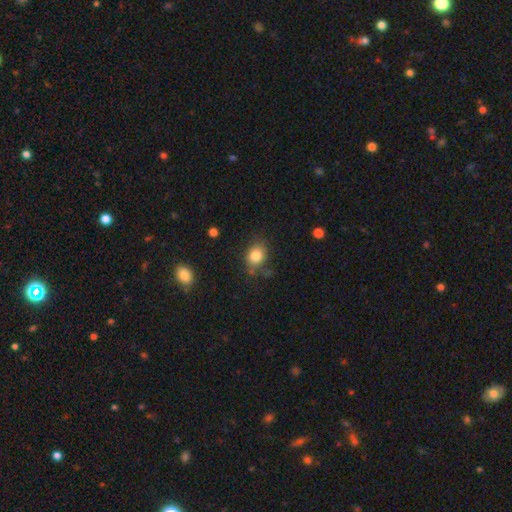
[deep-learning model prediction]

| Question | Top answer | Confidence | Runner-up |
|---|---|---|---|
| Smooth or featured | smooth | 82% | star or artifact (10%) |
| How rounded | in between | 52% | round (47%) |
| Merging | none | 74% | minor disturbance (17%) |